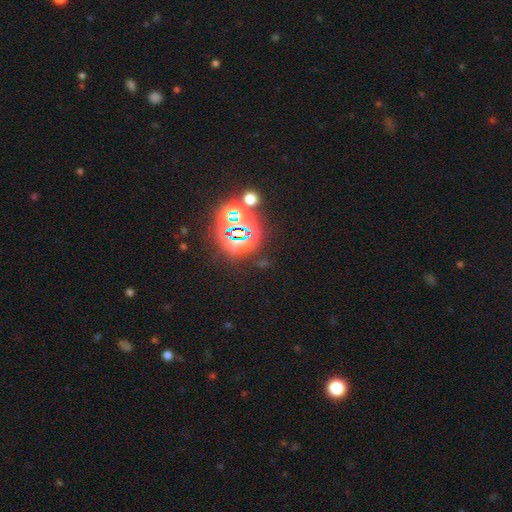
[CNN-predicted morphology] This is clearly a star or artifact rather than a galaxy (80%).